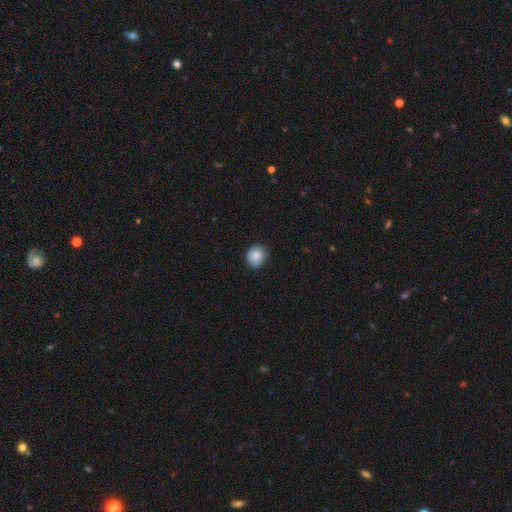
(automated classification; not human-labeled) Overall: smooth (86%). How rounded: round (78%). Merging: none (75%).